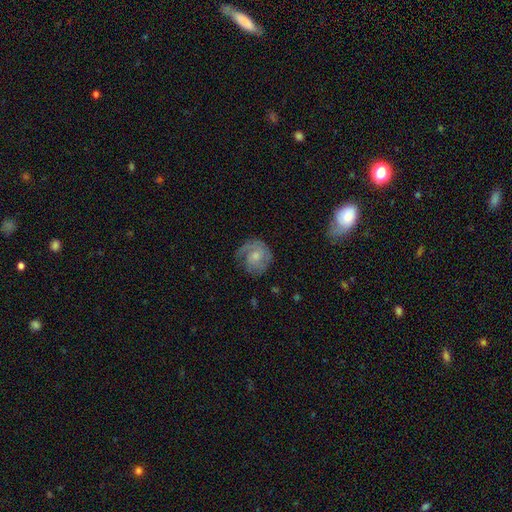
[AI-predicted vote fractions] This appears to be a featured or disk galaxy (65%) with no bar (73%), 1 (34%) tight (52%) spiral arms (90%) and a moderate central bulge (48%). Merging: none (64%).